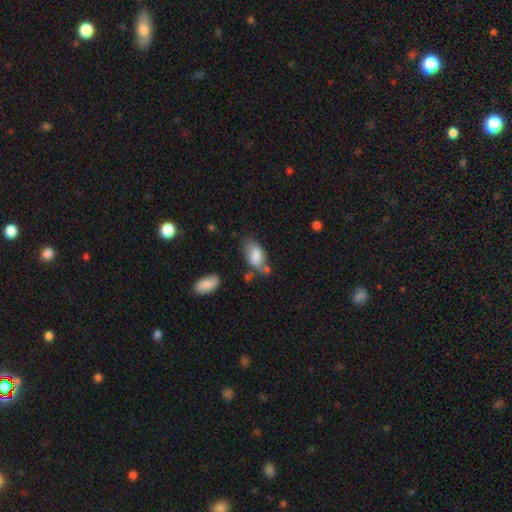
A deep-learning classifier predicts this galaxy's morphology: Q: Smooth or featured?
A: smooth (77%); runner-up: featured or disk (16%)
Q: How rounded?
A: in between (91%); runner-up: round (5%)
Q: Merging?
A: none (46%); runner-up: minor disturbance (28%)